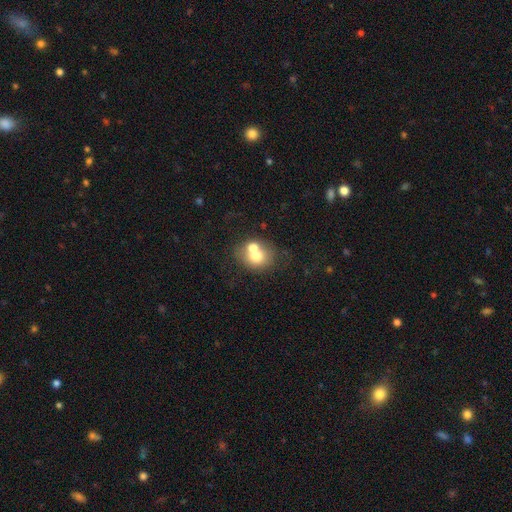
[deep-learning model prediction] smooth_or_featured: smooth (p=0.65) [alt: featured or disk p=0.24]
how_rounded: round (p=0.69) [alt: in between p=0.31]
merging: merger (p=0.48) [alt: none p=0.38]